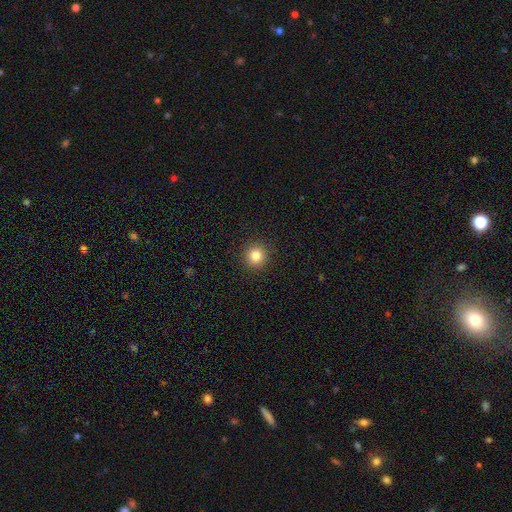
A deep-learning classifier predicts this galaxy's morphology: Q: Smooth or featured?
A: smooth (83%); runner-up: star or artifact (12%)
Q: How rounded?
A: round (94%); runner-up: in between (5%)
Q: Merging?
A: none (92%); runner-up: minor disturbance (5%)